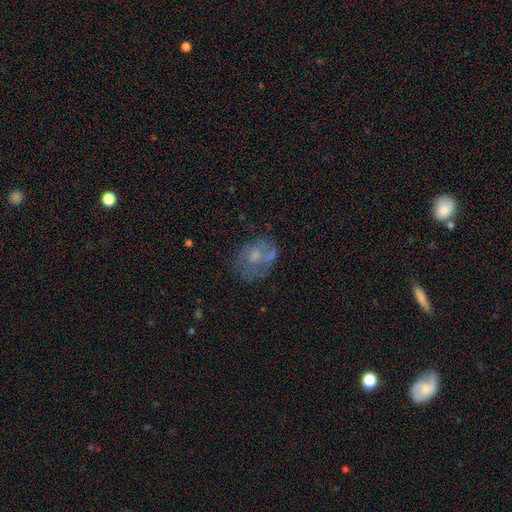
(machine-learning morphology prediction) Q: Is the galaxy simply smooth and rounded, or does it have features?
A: featured or disk — 48%.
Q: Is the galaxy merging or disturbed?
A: none — 49%.